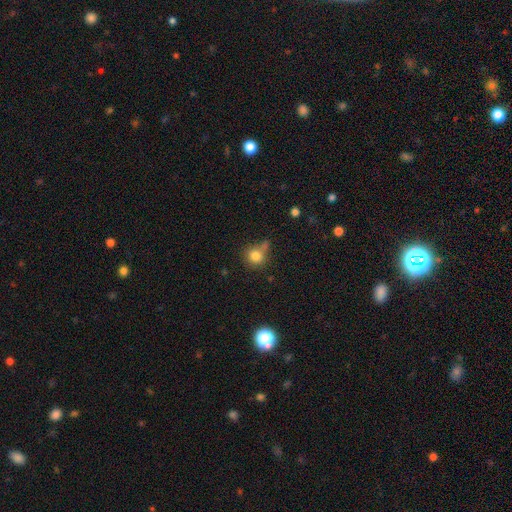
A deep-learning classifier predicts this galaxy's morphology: Overall: smooth (79%). How rounded: round (84%). Merging: none (55%; minor disturbance 21%).